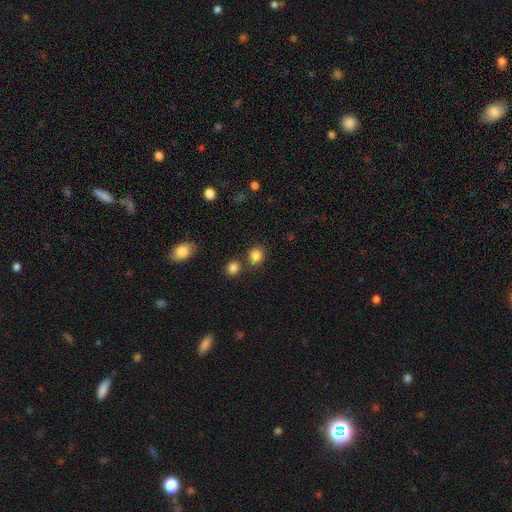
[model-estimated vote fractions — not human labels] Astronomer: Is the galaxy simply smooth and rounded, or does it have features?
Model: smooth — 84%.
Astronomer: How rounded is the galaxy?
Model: round — 73%.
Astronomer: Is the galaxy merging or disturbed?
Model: none — 72%.